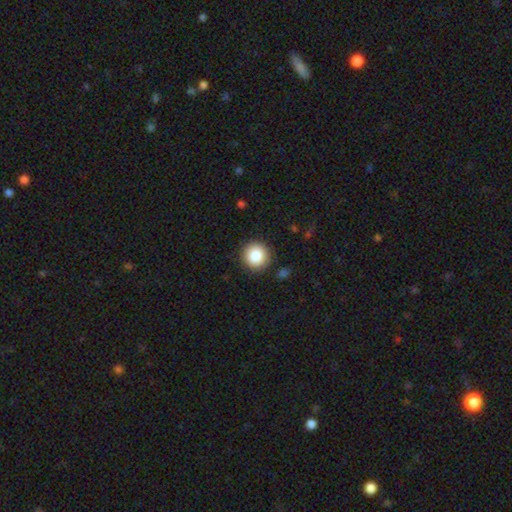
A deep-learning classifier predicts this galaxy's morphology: This is clearly a smooth galaxy (85%). How rounded: clearly round (94%). Merging: clearly none (90%).